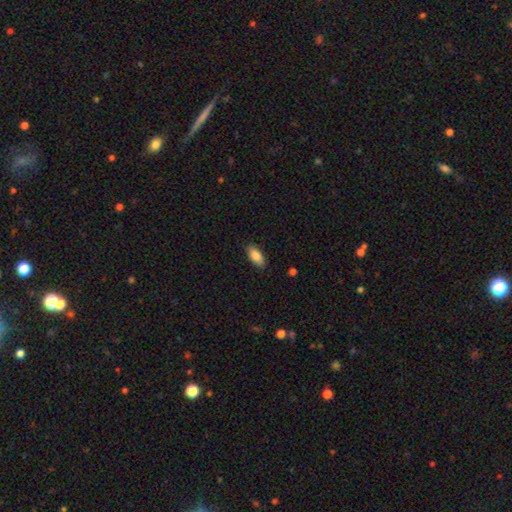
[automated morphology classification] A smooth galaxy with no disk features (87%) that is in between round and cigar-shaped (87%).

Vote fractions:
- Smooth or featured? smooth: 87% / star or artifact: 6% / featured or disk: 6%
- How rounded? in between: 87% / cigar-shaped: 11% / round: 2%
- Merging? none: 86% / minor disturbance: 10% / major disturbance: 2% / merger: 1%